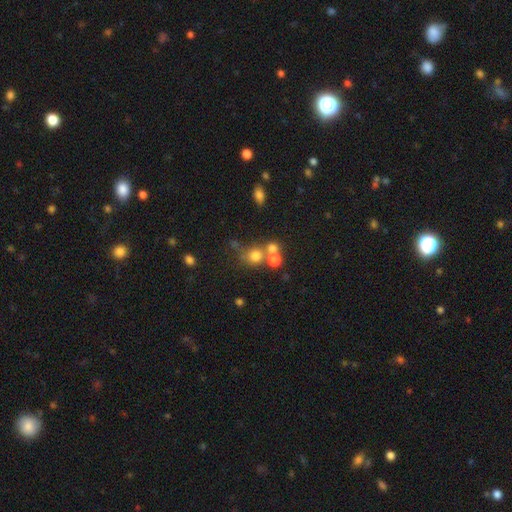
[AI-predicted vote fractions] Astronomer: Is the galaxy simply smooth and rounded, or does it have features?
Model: smooth — 70%.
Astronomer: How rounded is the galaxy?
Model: round — 84%.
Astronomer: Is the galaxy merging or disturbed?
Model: none — 47% (runner-up: merger, 37%).